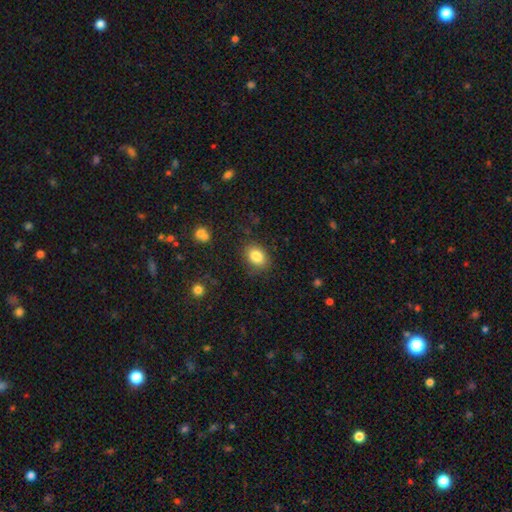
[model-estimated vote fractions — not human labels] A smooth galaxy with no disk features (84%) that is in between round and cigar-shaped (68%). Merging: none (82%).